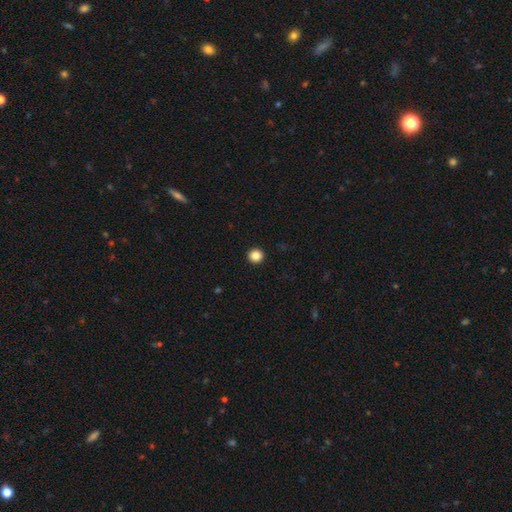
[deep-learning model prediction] Q: Smooth or featured?
A: smooth (85%); runner-up: star or artifact (11%)
Q: How rounded?
A: round (95%); runner-up: in between (4%)
Q: Merging?
A: none (94%); runner-up: minor disturbance (4%)